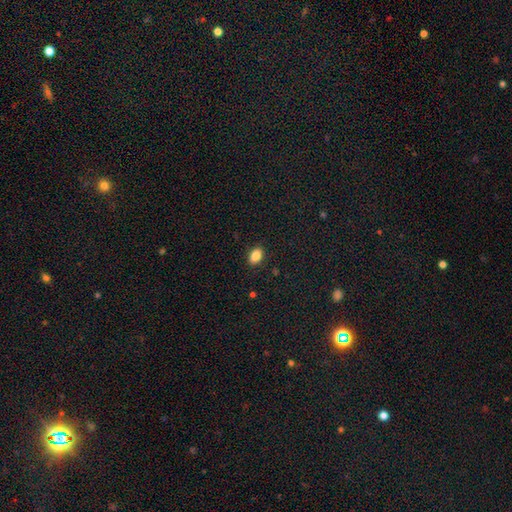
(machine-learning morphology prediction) smooth 86%, star or artifact 9%, featured or disk 6%. Down the decision tree: how rounded — in between (86%); merging — none (88%).